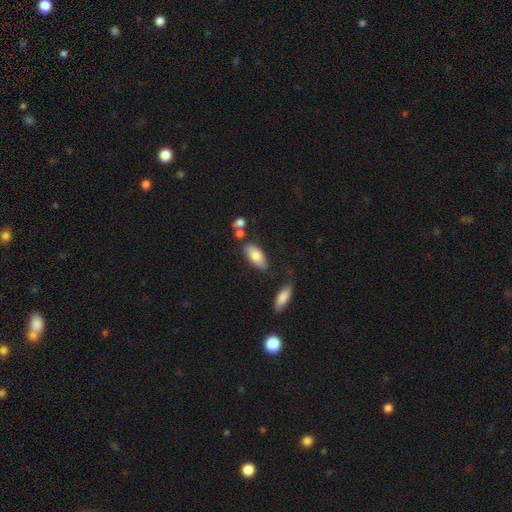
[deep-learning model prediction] smooth 78%, featured or disk 16%, star or artifact 6%. Down the decision tree: how rounded — in between (86%); merging — none (72%).